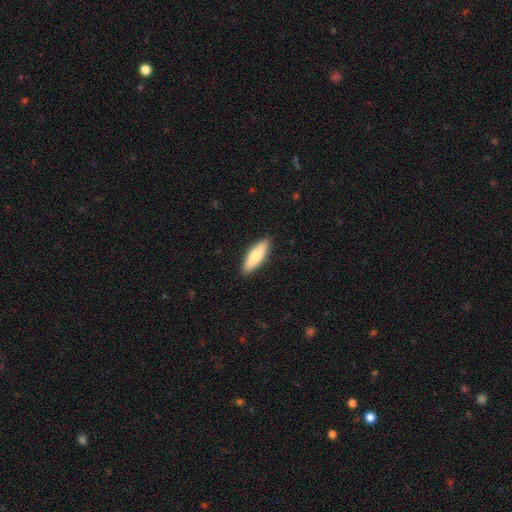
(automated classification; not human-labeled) This appears to be a smooth galaxy with no disk features (78%) that is cigar-shaped (50%). Merging: none (90%).